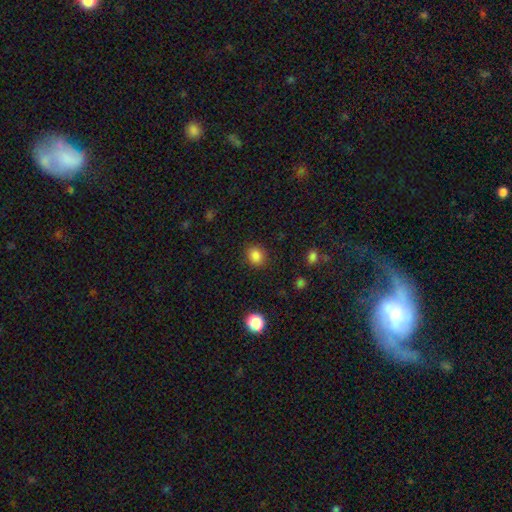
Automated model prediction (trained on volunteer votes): smooth 85%, star or artifact 11%, featured or disk 4%. Down the decision tree: how rounded — round (75%); merging — none (89%).